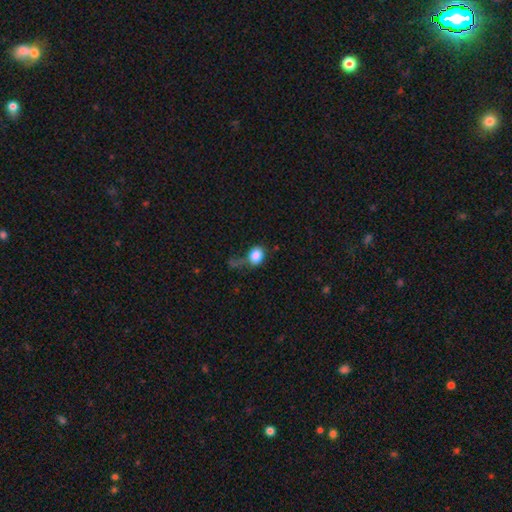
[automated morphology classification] A smooth galaxy with no disk features (84%) that is round (58%).

Vote fractions:
- Smooth or featured? smooth: 84% / star or artifact: 9% / featured or disk: 7%
- How rounded? round: 58% / in between: 41% / cigar-shaped: 1%
- Merging? none: 47% / minor disturbance: 23% / major disturbance: 21% / merger: 10%